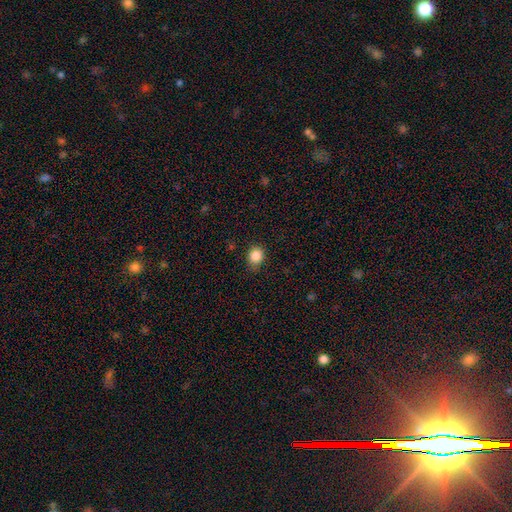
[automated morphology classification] A smooth galaxy with no disk features (86%) that is round (69%).

Vote fractions:
- Smooth or featured? smooth: 86% / star or artifact: 10% / featured or disk: 4%
- How rounded? round: 69% / in between: 30% / cigar-shaped: 1%
- Merging? none: 77% / minor disturbance: 18% / major disturbance: 4% / merger: 1%